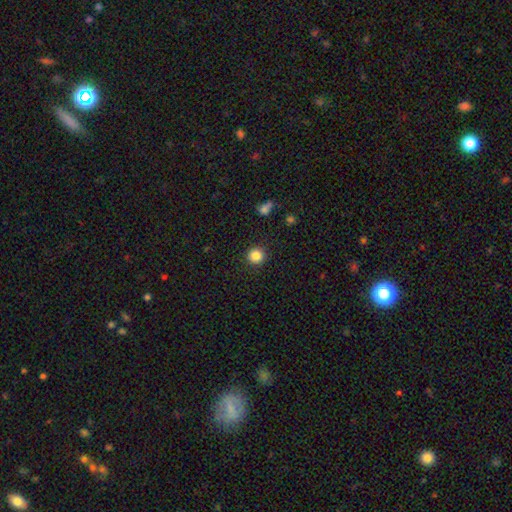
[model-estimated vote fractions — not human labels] Smooth or featured?
  - smooth: 85% *
  - star or artifact: 11%
  - featured or disk: 4%
How rounded?
  - round: 93% *
  - in between: 6%
  - cigar-shaped: 1%
Merging?
  - none: 91% *
  - minor disturbance: 6%
  - major disturbance: 2%
  - merger: 1%